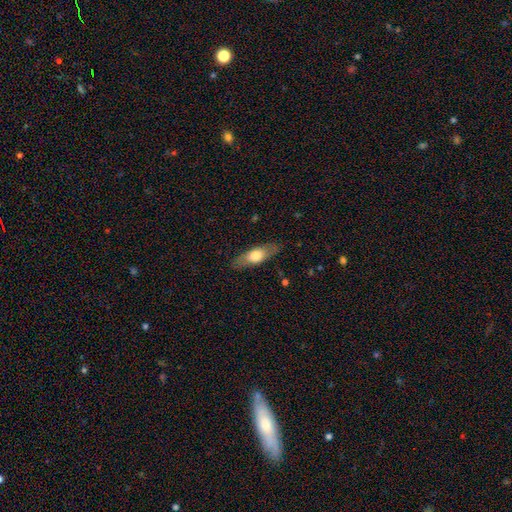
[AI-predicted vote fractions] A smooth galaxy with no disk features (60%) that is in between round and cigar-shaped (63%).

Vote fractions:
- Smooth or featured? smooth: 60% / featured or disk: 34% / star or artifact: 6%
- How rounded? in between: 63% / cigar-shaped: 33% / round: 4%
- Merging? none: 85% / minor disturbance: 11% / major disturbance: 3% / merger: 1%